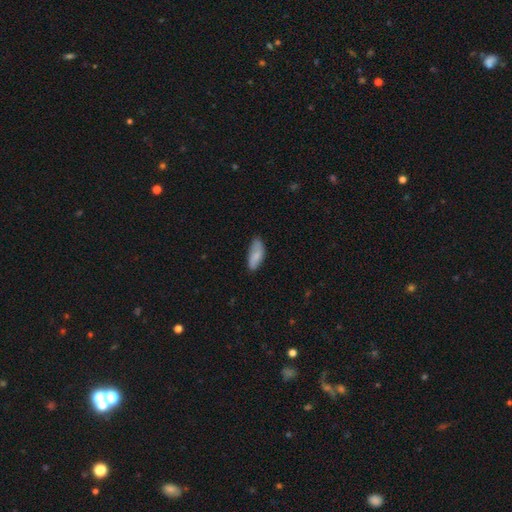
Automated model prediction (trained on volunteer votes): This is likely a smooth galaxy (77%). How rounded: clearly in between (80%). Merging: likely none (69%).